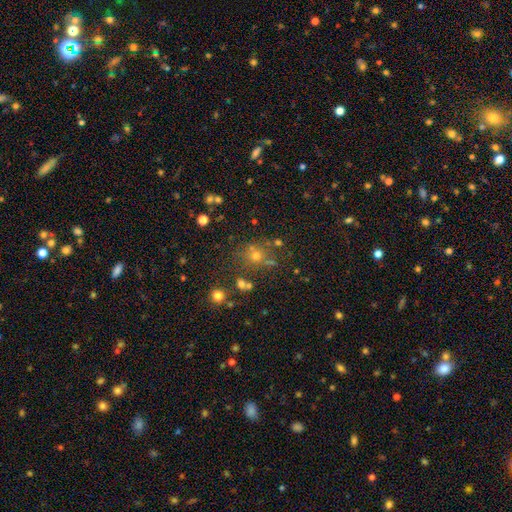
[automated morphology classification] Smooth or featured? Predicted: smooth (p=0.54). How rounded? Predicted: round (p=0.82). Merging? Predicted: none (p=0.69).